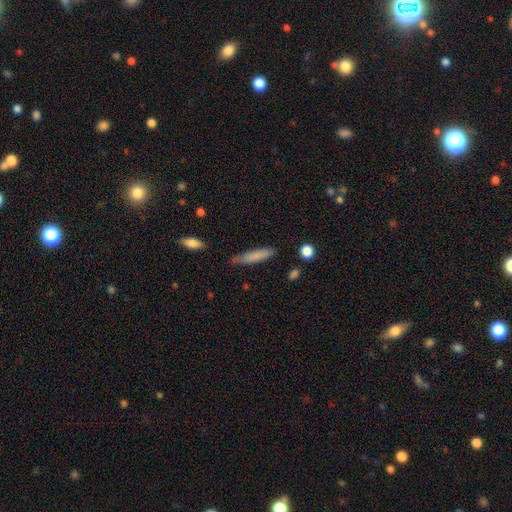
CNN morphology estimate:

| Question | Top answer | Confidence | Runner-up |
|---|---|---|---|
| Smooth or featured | smooth | 79% | featured or disk (15%) |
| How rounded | cigar-shaped | 84% | in between (14%) |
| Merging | none | 78% | minor disturbance (17%) |